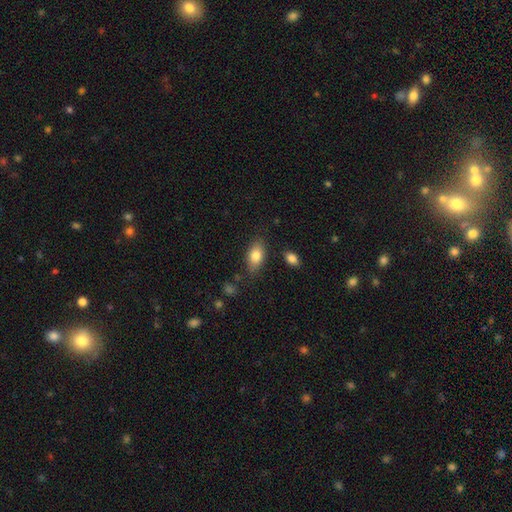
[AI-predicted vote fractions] Q: Smooth or featured?
A: smooth (82%); runner-up: featured or disk (11%)
Q: How rounded?
A: in between (88%); runner-up: round (8%)
Q: Merging?
A: none (77%); runner-up: minor disturbance (15%)